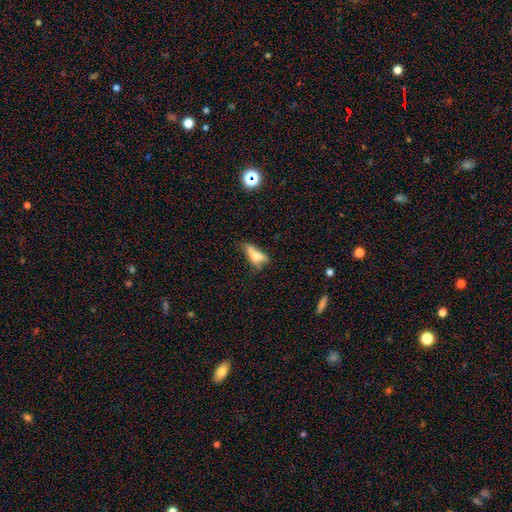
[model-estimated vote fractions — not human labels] A smooth galaxy with no disk features (61%) that is in between round and cigar-shaped (58%). Merging: none (30%).